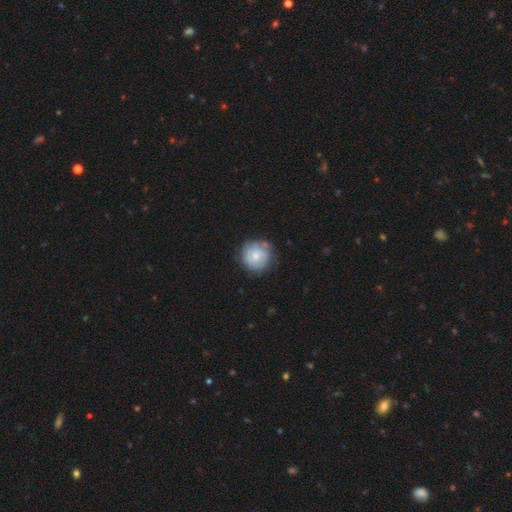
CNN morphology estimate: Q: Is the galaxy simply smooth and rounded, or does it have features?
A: smooth — 62%.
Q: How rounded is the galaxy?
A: round — 92%.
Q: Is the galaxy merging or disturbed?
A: none — 70%.